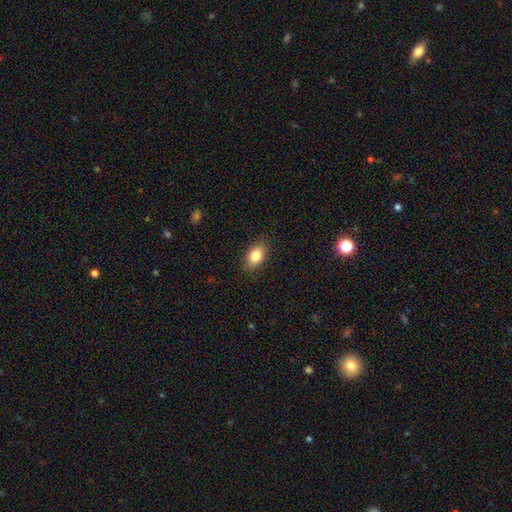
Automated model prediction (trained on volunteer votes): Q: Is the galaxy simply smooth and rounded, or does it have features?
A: smooth — 81%.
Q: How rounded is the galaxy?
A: in between — 85%.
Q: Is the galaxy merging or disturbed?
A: none — 87%.